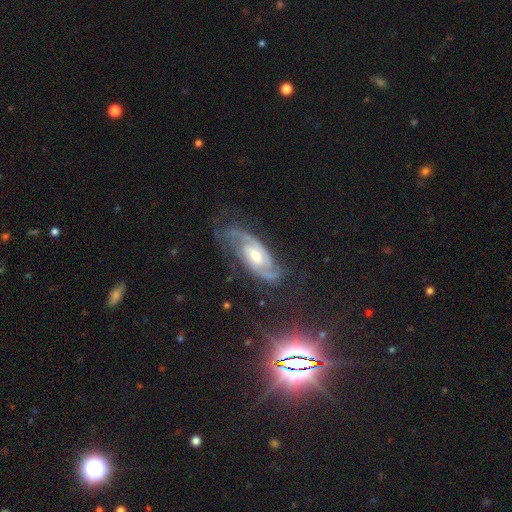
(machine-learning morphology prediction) A featured or disk galaxy (87%) with a weak bar (48%), 2 (75%) medium (45%) spiral arms (97%) and a moderate central bulge (60%).

Vote fractions:
- Smooth or featured? featured or disk: 87% / smooth: 6% / star or artifact: 6%
- Edge-on disk? no: 94% / yes: 6%
- Bar? weak: 48% / no: 39% / strong: 14%
- Spiral arms? yes: 97% / no: 3%
- Spiral winding? medium: 45% / tight: 44% / loose: 11%
- Spiral arm count? 2: 75% / can't tell: 10% / 3: 8% / 1: 3% / 4: 2% / more than 4: 2%
- Bulge size? moderate: 60% / small: 27% / large: 9% / none: 3% / dominant: 1%
- Merging? none: 68% / minor disturbance: 21% / major disturbance: 10% / merger: 2%